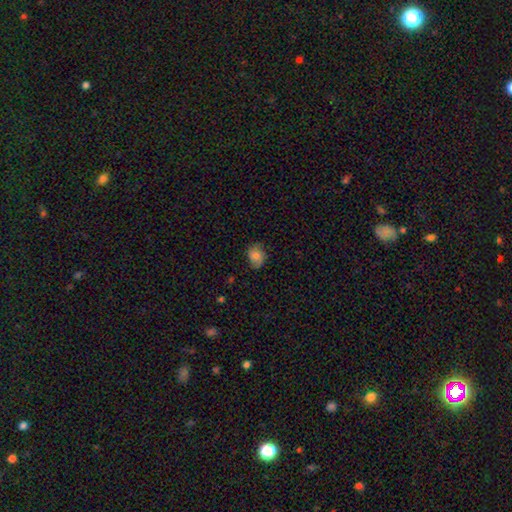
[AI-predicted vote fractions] Smooth or featured?
  - smooth: 74% *
  - featured or disk: 16%
  - star or artifact: 9%
How rounded?
  - in between: 54% *
  - round: 45%
  - cigar-shaped: 1%
Merging?
  - none: 71% *
  - minor disturbance: 22%
  - major disturbance: 5%
  - merger: 1%